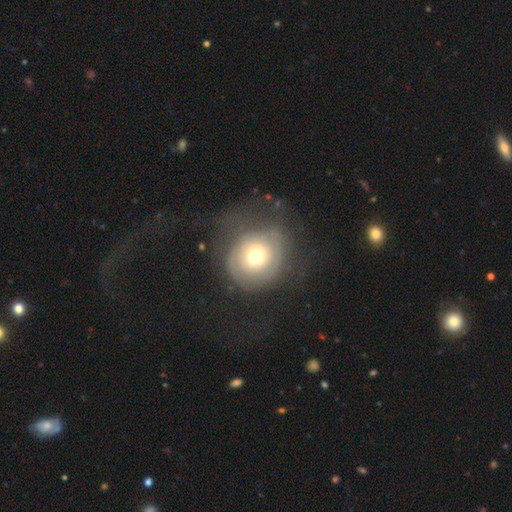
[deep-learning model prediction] Q: Smooth or featured?
A: smooth (48%); runner-up: featured or disk (43%)
Q: Merging?
A: none (48%); runner-up: major disturbance (27%)